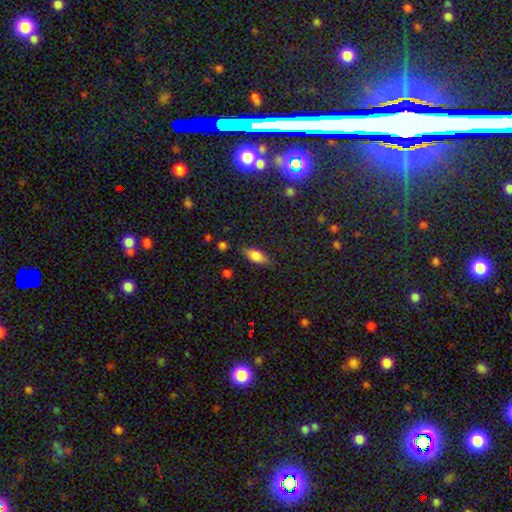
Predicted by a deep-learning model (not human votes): Smooth or featured: smooth — 77% (featured or disk — 15%)
How rounded: in between — 78% (cigar-shaped — 19%)
Merging: none — 79% (minor disturbance — 16%)